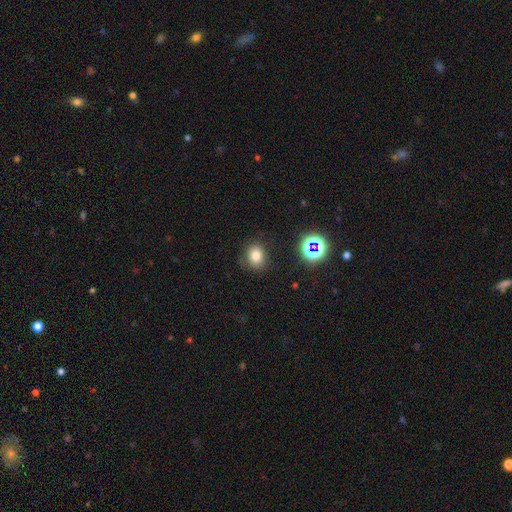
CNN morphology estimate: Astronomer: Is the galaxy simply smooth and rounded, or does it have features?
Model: smooth — 76%.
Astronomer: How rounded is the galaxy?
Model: round — 63%.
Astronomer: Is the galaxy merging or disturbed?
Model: none — 79%.